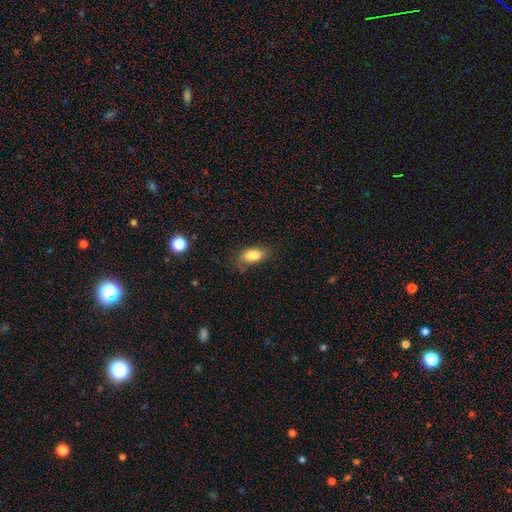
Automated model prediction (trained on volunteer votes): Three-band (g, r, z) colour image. It shows a smooth galaxy with no disk features (82%) that is in between round and cigar-shaped (89%). Merging: none (58%).